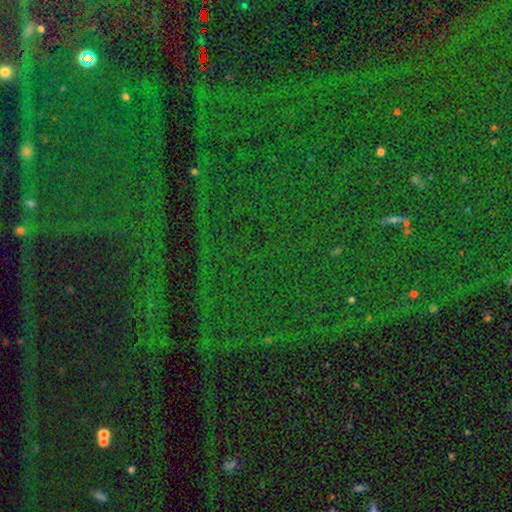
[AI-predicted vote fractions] Smooth or featured? Predicted: star or artifact (p=0.85).